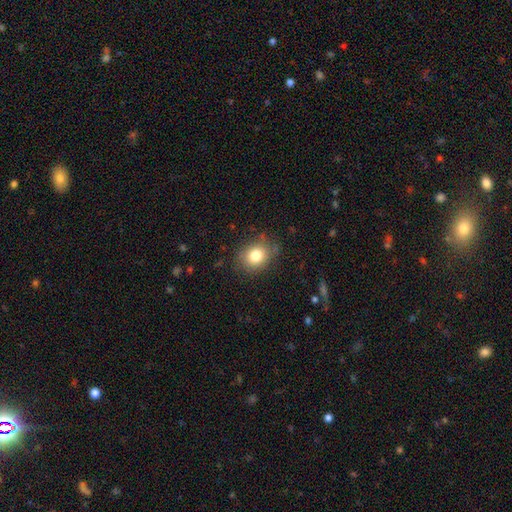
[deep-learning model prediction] Smooth or featured: smooth — 80% (star or artifact — 11%)
How rounded: round — 58% (in between — 41%)
Merging: none — 81% (minor disturbance — 14%)